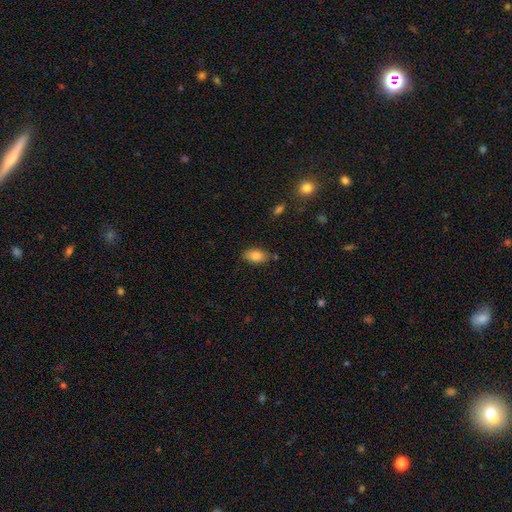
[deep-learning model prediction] Overall: smooth (83%). How rounded: in between (91%). Merging: none (79%).